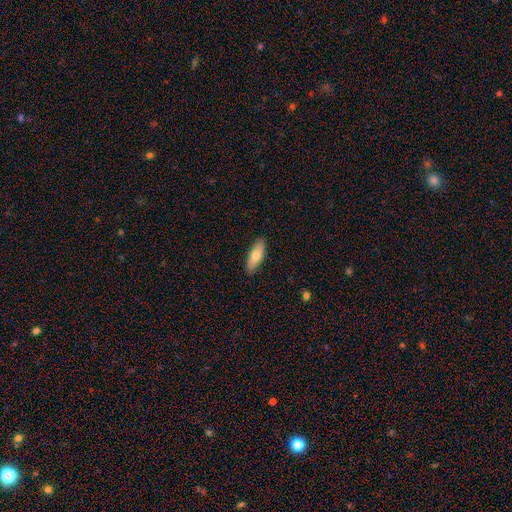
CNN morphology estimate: smooth_or_featured: smooth (p=0.71) [alt: featured or disk p=0.23]
how_rounded: in between (p=0.63) [alt: cigar-shaped p=0.35]
merging: none (p=0.89) [alt: minor disturbance p=0.09]